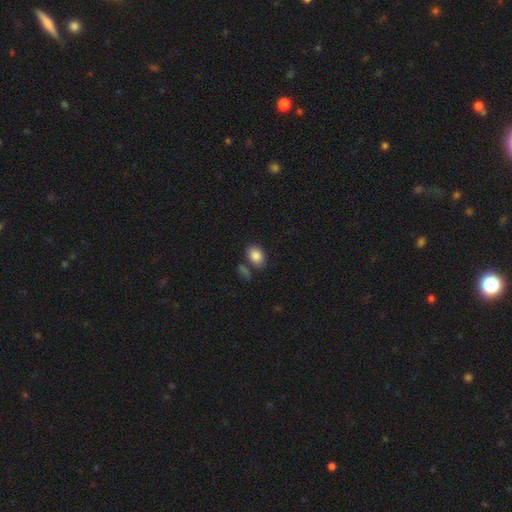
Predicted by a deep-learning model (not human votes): smooth 85%, star or artifact 9%, featured or disk 7%. Down the decision tree: how rounded — in between (69%); merging — none (72%).